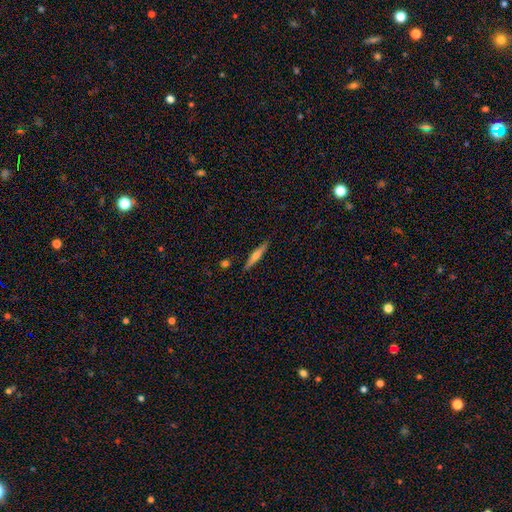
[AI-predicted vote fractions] This is possibly a featured or disk galaxy (52%). It is clearly viewed edge-on (95%). Merging: clearly none (88%).